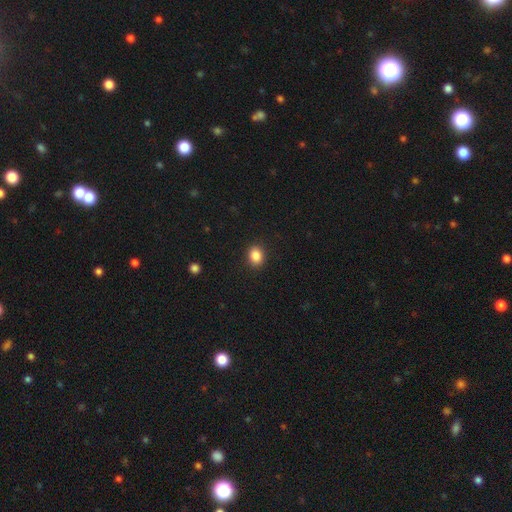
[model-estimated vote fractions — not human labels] Overall: smooth (87%). How rounded: round (53%; in between 46%). Merging: none (90%).